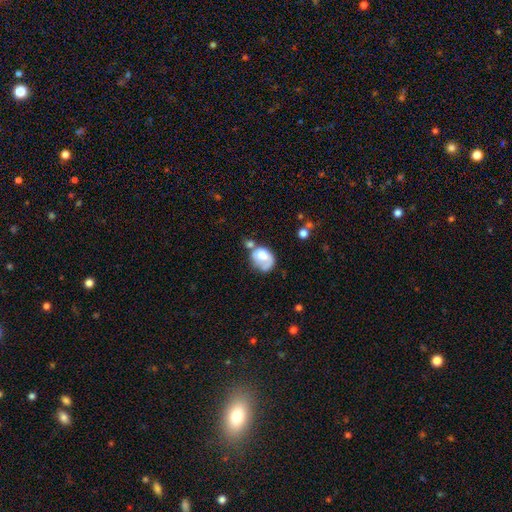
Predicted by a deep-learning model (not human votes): Morphology: type=smooth (50%); merging=none (37%).